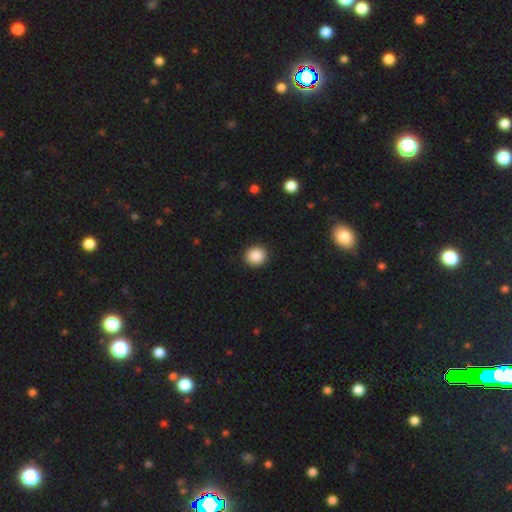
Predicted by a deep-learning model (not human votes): Q: Smooth or featured?
A: smooth (89%); runner-up: star or artifact (9%)
Q: How rounded?
A: round (84%); runner-up: in between (15%)
Q: Merging?
A: none (92%); runner-up: minor disturbance (6%)